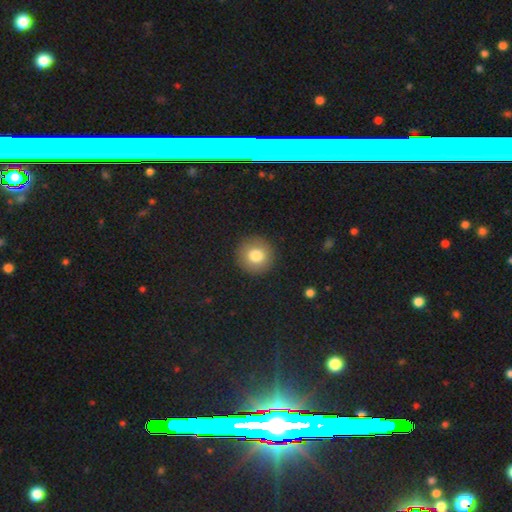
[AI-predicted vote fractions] A smooth galaxy with no disk features (80%) that is round (95%). Merging: none (91%).